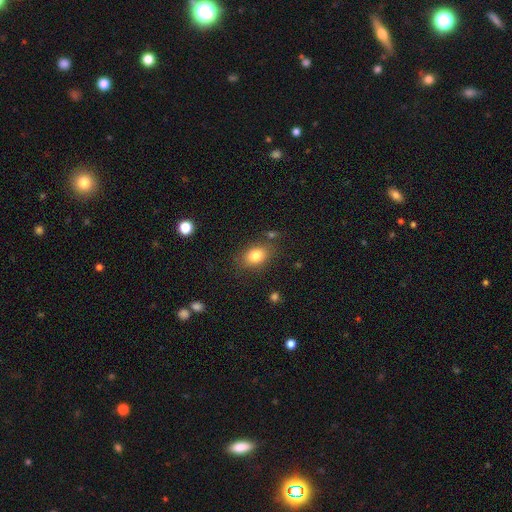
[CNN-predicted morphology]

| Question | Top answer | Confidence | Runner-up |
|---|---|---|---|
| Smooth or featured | smooth | 81% | star or artifact (10%) |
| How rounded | in between | 72% | round (26%) |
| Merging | none | 79% | minor disturbance (13%) |